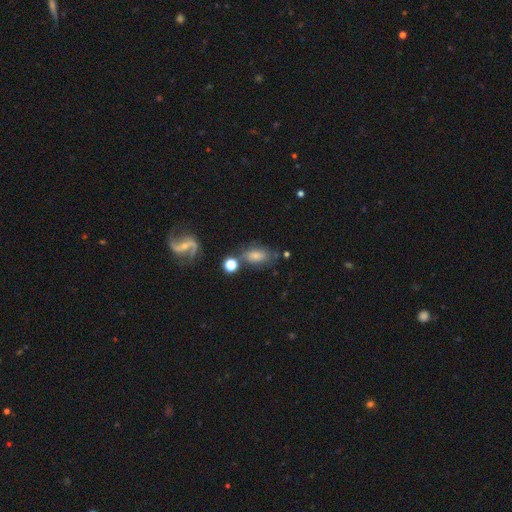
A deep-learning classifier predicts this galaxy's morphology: This is likely a smooth galaxy (68%). How rounded: clearly in between (82%). Merging: possibly none (55%).